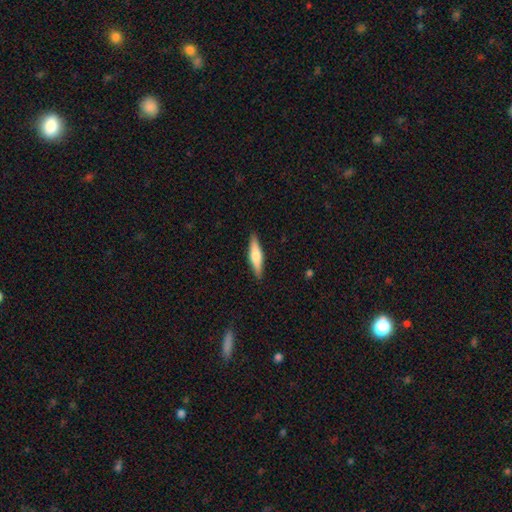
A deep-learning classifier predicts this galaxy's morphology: This appears to be a smooth galaxy with no disk features (56%) that is cigar-shaped (76%). Merging: none (90%).